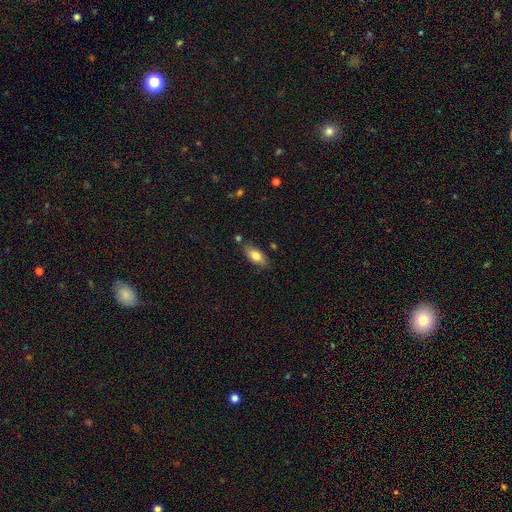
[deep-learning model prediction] This appears to be a smooth galaxy with no disk features (77%) that is in between round and cigar-shaped (84%). Merging: none (77%).